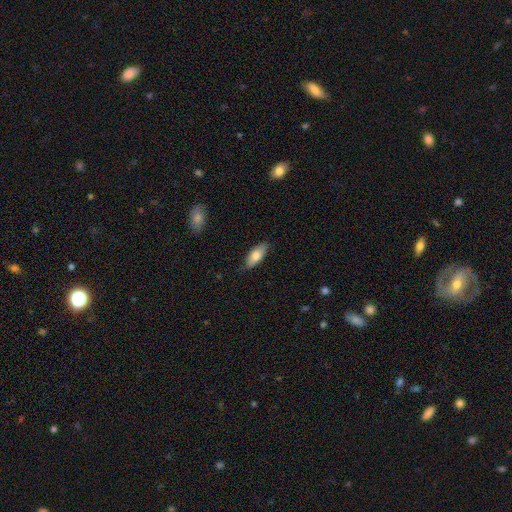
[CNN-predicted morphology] smooth 76%, featured or disk 18%, star or artifact 6%. Down the decision tree: how rounded — in between (78%); merging — none (82%).